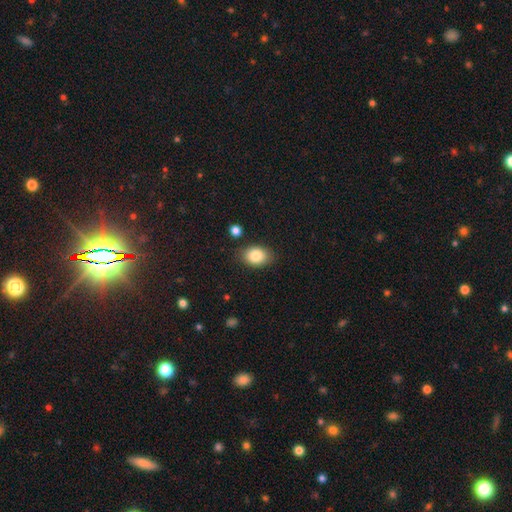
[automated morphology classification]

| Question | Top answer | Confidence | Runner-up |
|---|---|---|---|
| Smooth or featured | smooth | 84% | featured or disk (8%) |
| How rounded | in between | 77% | round (22%) |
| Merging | none | 82% | minor disturbance (12%) |